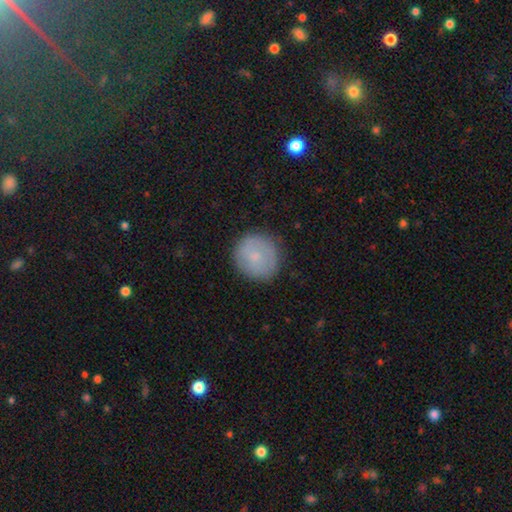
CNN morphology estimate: This is likely a smooth galaxy (73%). How rounded: clearly round (92%). Merging: clearly none (86%).